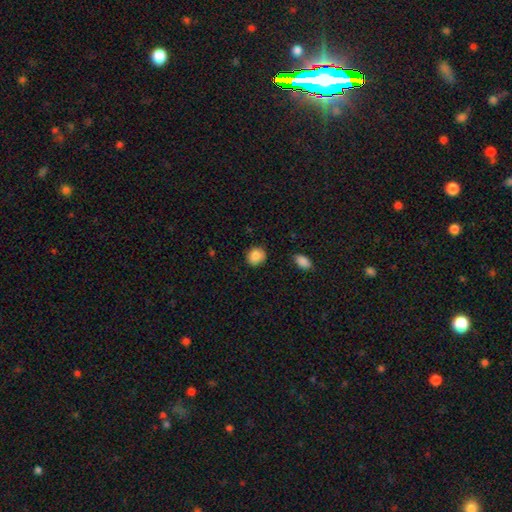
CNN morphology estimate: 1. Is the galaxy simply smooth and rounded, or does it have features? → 87% smooth, 8% star or artifact, 5% featured or disk.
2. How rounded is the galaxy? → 72% round, 27% in between, 1% cigar-shaped.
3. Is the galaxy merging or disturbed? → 81% none, 14% minor disturbance, 3% major disturbance, 2% merger.